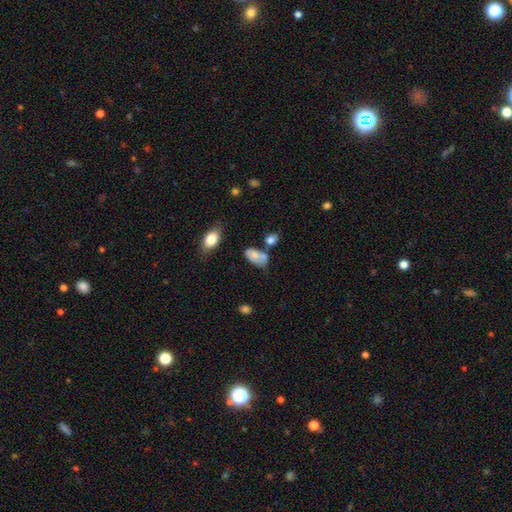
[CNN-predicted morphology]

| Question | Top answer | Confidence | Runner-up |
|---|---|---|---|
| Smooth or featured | smooth | 72% | featured or disk (18%) |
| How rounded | in between | 90% | round (6%) |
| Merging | none | 42% | minor disturbance (25%) |